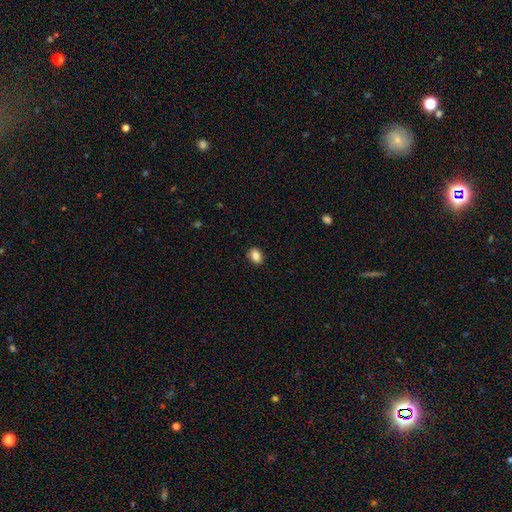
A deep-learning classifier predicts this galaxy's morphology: A smooth galaxy with no disk features (86%) that is in between round and cigar-shaped (70%). Merging: none (89%).